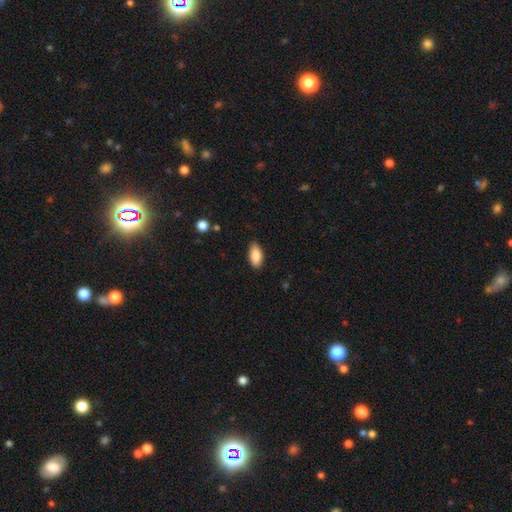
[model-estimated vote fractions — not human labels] smooth 86%, featured or disk 8%, star or artifact 7%. Down the decision tree: how rounded — in between (90%); merging — none (87%).